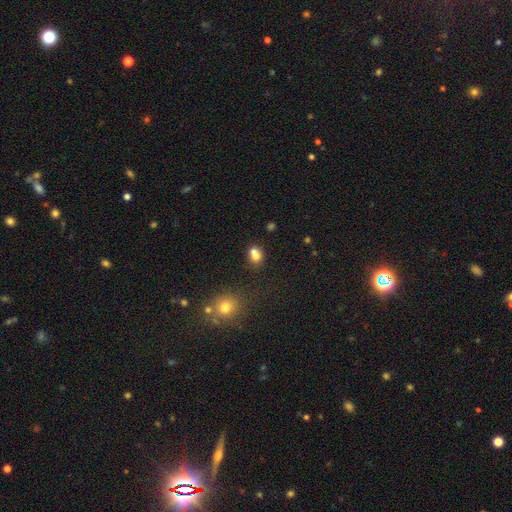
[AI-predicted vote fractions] Morphology: type=smooth (76%); roundness=in between (51%); merging=none (44%).